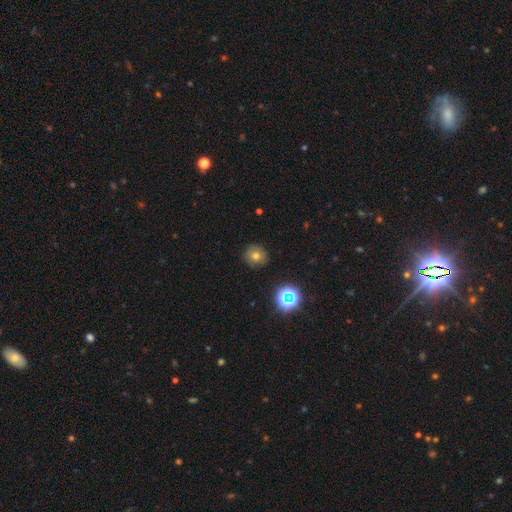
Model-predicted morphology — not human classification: A smooth galaxy with no disk features (67%) that is round (87%). Merging: none (86%).